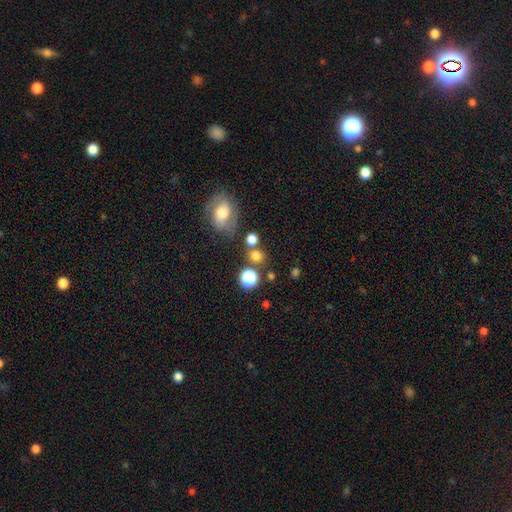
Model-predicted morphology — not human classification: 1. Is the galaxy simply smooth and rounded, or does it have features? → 75% smooth, 16% star or artifact, 8% featured or disk.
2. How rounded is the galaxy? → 83% round, 16% in between, 1% cigar-shaped.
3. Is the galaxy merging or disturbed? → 69% none, 17% merger, 10% minor disturbance, 5% major disturbance.